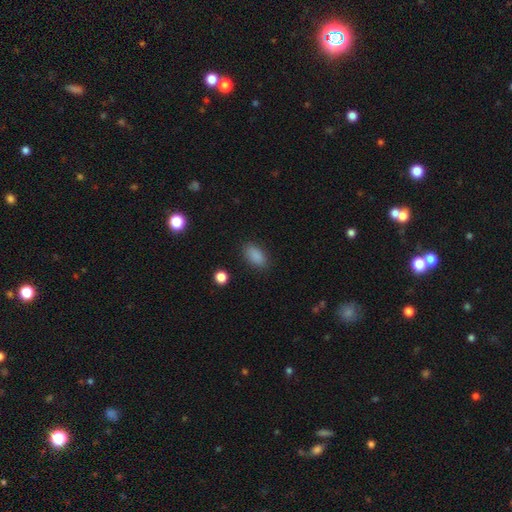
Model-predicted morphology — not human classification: Overall: smooth (87%). How rounded: in between (90%). Merging: none (85%).